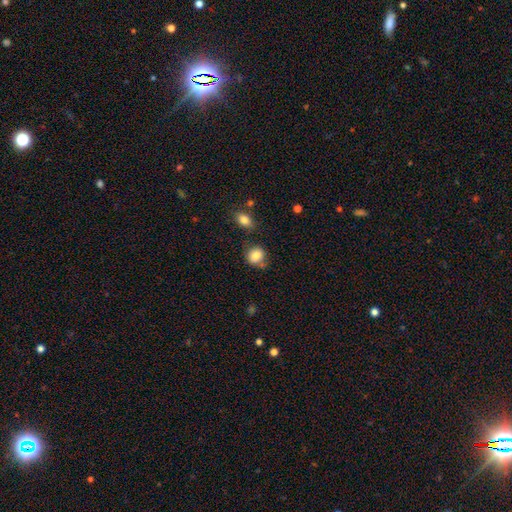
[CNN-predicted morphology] Smooth or featured? smooth (83%)
How rounded? round (72%)
Merging? none (64%)